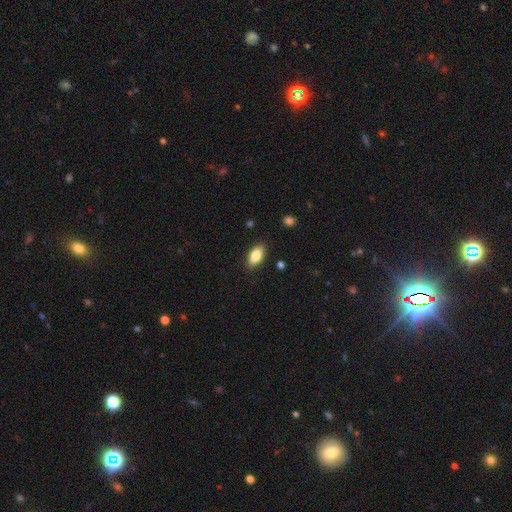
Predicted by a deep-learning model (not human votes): Morphology: type=smooth (84%); roundness=in between (89%); merging=none (87%).